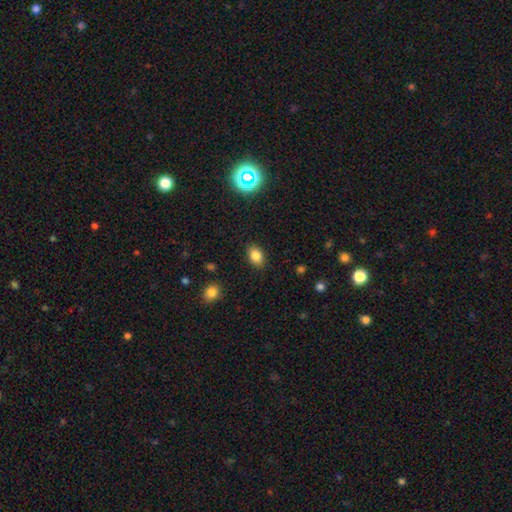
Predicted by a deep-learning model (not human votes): smooth_or_featured: smooth (p=0.83) [alt: star or artifact p=0.11]
how_rounded: in between (p=0.81) [alt: round p=0.18]
merging: none (p=0.87) [alt: minor disturbance p=0.09]